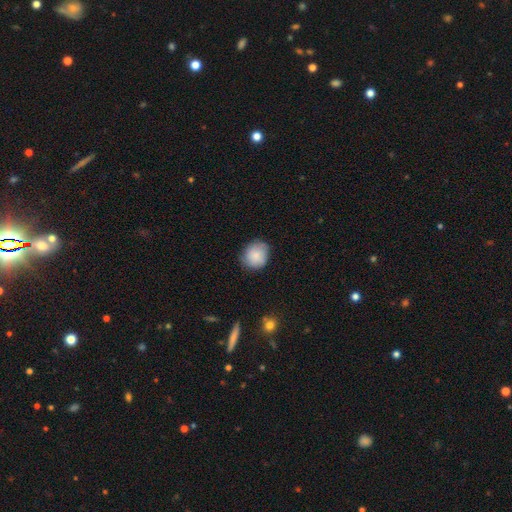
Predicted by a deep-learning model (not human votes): A smooth galaxy with no disk features (83%) that is round (76%).

Vote fractions:
- Smooth or featured? smooth: 83% / featured or disk: 9% / star or artifact: 7%
- How rounded? round: 76% / in between: 24% / cigar-shaped: 1%
- Merging? none: 76% / minor disturbance: 19% / major disturbance: 4% / merger: 1%